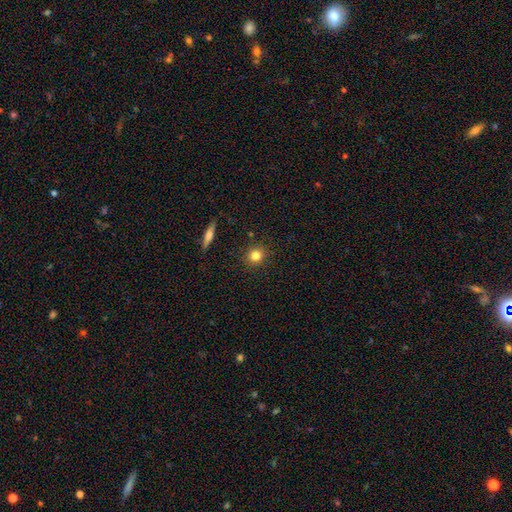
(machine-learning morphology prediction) Overall: smooth (80%). How rounded: round (87%). Merging: none (89%).